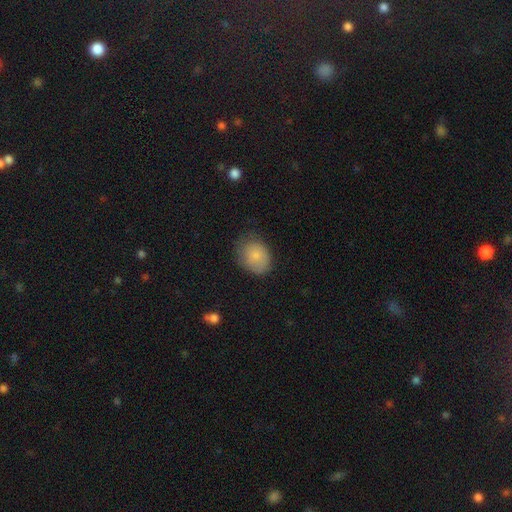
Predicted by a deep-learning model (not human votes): A smooth galaxy with no disk features (81%) that is in between round and cigar-shaped (60%).

Vote fractions:
- Smooth or featured? smooth: 81% / featured or disk: 12% / star or artifact: 7%
- How rounded? in between: 60% / round: 39% / cigar-shaped: 1%
- Merging? none: 64% / minor disturbance: 27% / major disturbance: 8% / merger: 1%